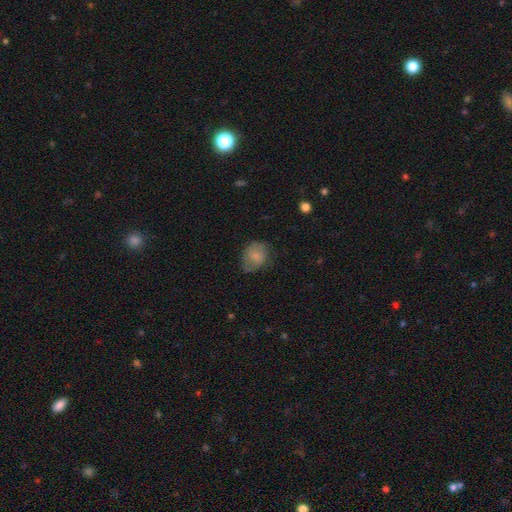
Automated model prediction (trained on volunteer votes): This appears to be a smooth galaxy with no disk features (69%) that is in between round and cigar-shaped (55%). Merging: none (55%).